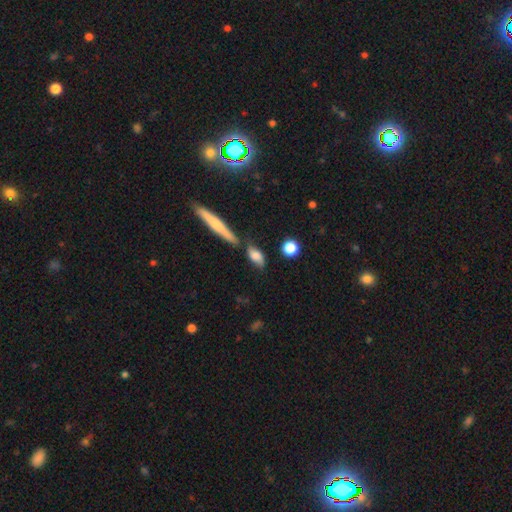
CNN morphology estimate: This is likely a smooth galaxy (71%). How rounded: likely in between (69%). Merging: likely none (61%).